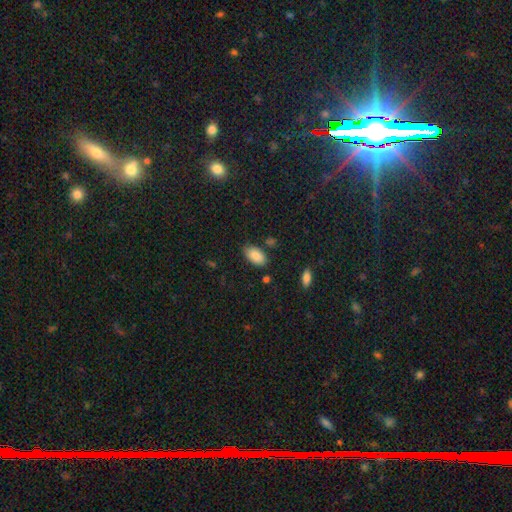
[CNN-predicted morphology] Q: Smooth or featured?
A: smooth (87%); runner-up: star or artifact (7%)
Q: How rounded?
A: in between (94%); runner-up: round (3%)
Q: Merging?
A: none (80%); runner-up: minor disturbance (14%)